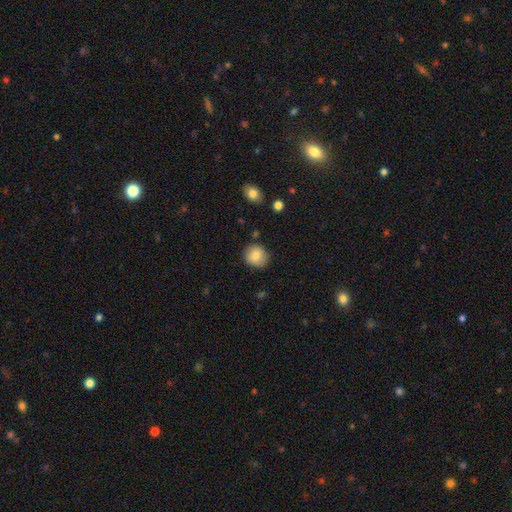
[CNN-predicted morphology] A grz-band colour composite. It shows a smooth galaxy with no disk features (82%) that is round (87%). Merging: none (84%).